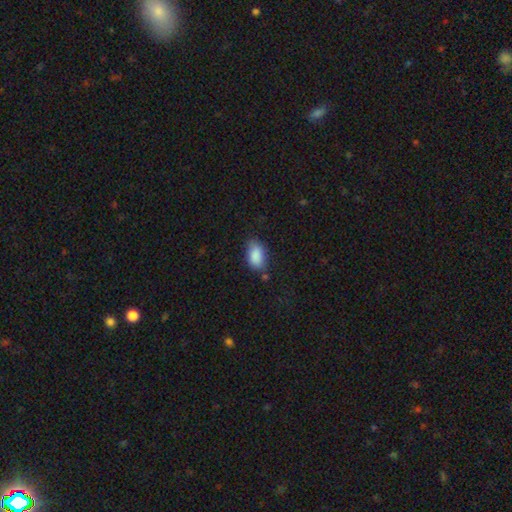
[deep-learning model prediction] This appears to be a smooth galaxy with no disk features (88%) that is in between round and cigar-shaped (92%). Merging: none (70%).